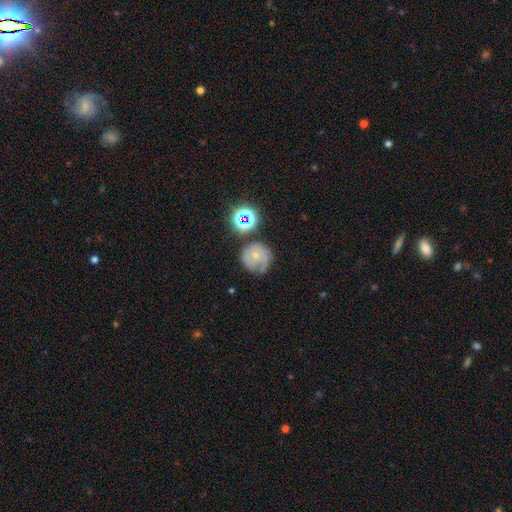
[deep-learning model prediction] This is likely a featured or disk galaxy (61%). It is clearly not viewed edge-on (98%). Bar: likely no (76%). Spiral arm pattern: clearly yes (86%). Spiral arm count: marginally 2 (33%). Spiral winding: possibly tight (54%). Central bulge: likely small (65%). Merging: possibly none (58%).